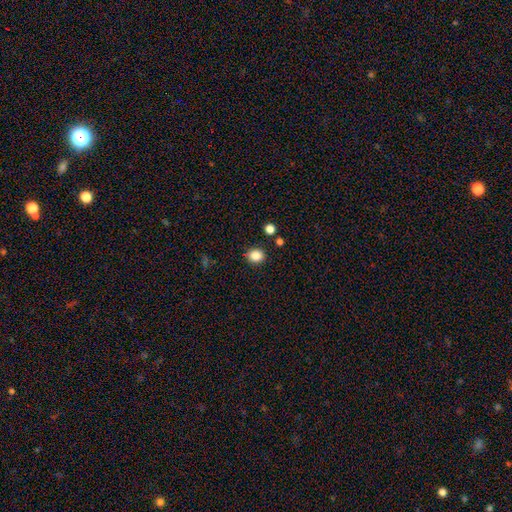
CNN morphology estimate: smooth 85%, star or artifact 11%, featured or disk 4%. Down the decision tree: how rounded — round (77%); merging — none (89%).